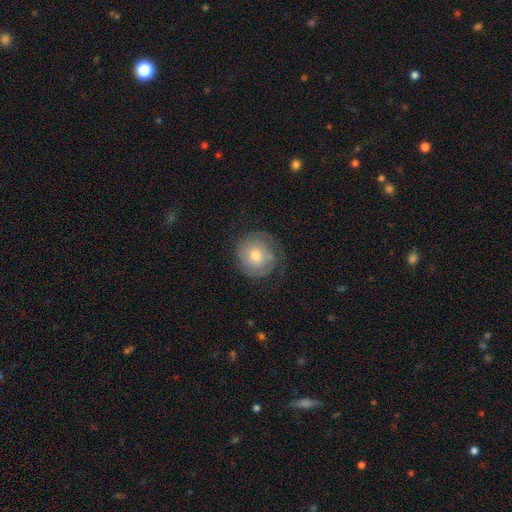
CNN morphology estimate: Smooth or featured? featured or disk (52%)
Edge-on disk? no (97%)
Merging? none (71%)